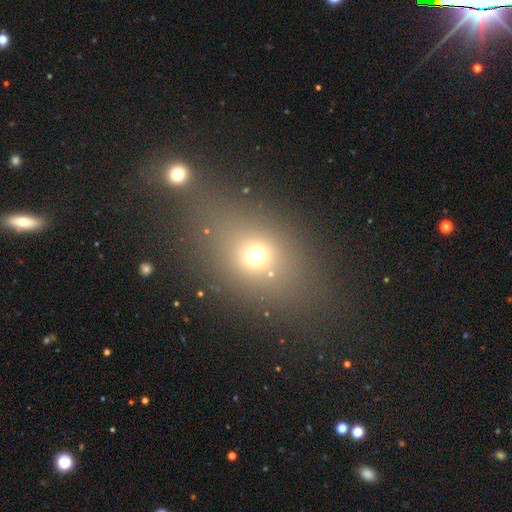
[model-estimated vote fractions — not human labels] Smooth or featured? Predicted: smooth (p=0.67). How rounded? Predicted: in between (p=0.57). Merging? Predicted: none (p=0.58).